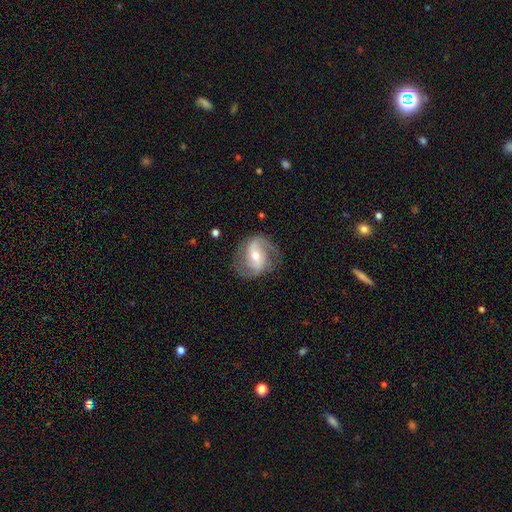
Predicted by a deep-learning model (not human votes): This is clearly a featured or disk galaxy (84%). It is clearly not viewed edge-on (97%). Bar: marginally weak (43%). Spiral arm pattern: clearly yes (95%). Spiral arm count: clearly 2 (85%). Spiral winding: possibly medium (49%). Central bulge: possibly moderate (58%). Merging: likely none (75%).